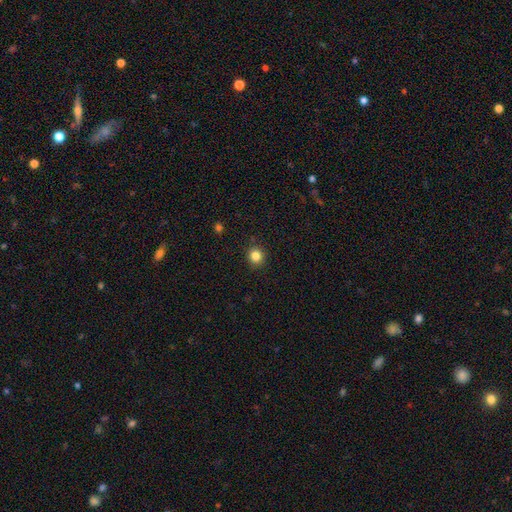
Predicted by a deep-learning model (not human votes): Smooth or featured: smooth — 83% (star or artifact — 12%)
How rounded: round — 90% (in between — 9%)
Merging: none — 91% (minor disturbance — 6%)